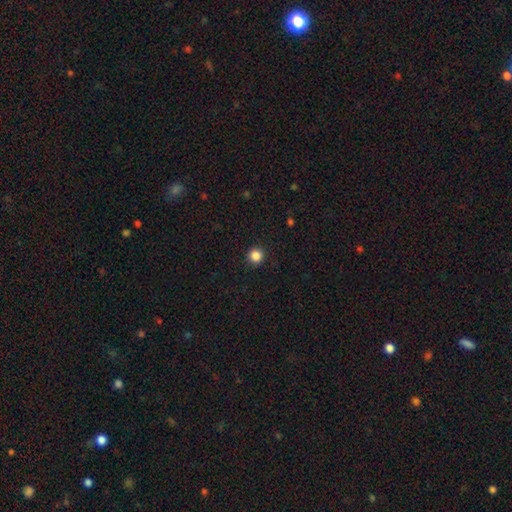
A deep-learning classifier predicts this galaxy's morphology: smooth-or-featured: smooth: 86% | star or artifact: 11% | featured or disk: 3%
  how-rounded: round: 95% | in between: 4% | cigar-shaped: 1%
  merging: none: 92% | minor disturbance: 5% | major disturbance: 2% | merger: 1%